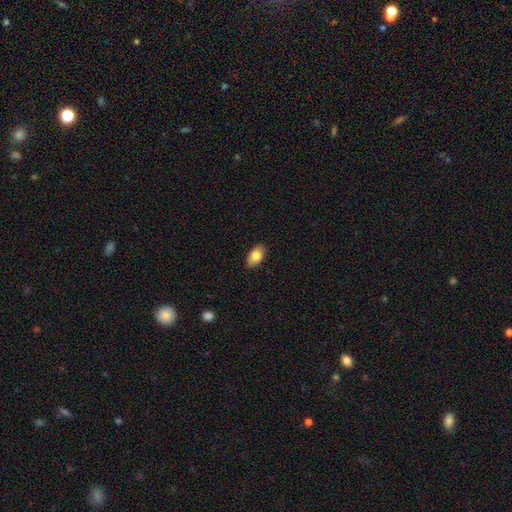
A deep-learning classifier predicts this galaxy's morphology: This appears to be a smooth galaxy with no disk features (83%) that is in between round and cigar-shaped (91%). Merging: none (87%).